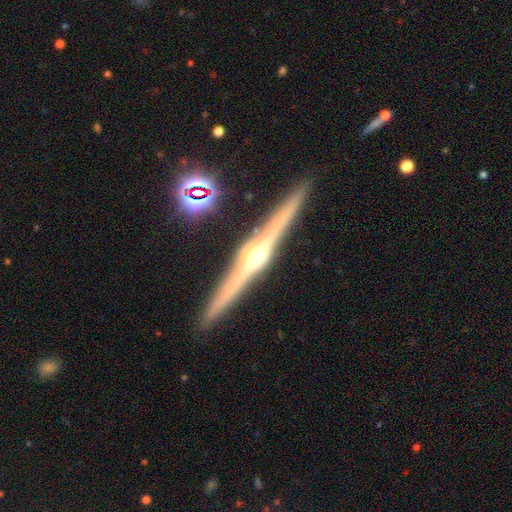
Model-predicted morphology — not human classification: Q: Smooth or featured?
A: featured or disk (84%); runner-up: smooth (9%)
Q: Edge-on disk?
A: yes (98%); runner-up: no (2%)
Q: Edge-on bulge?
A: rounded (92%); runner-up: boxy (5%)
Q: Merging?
A: none (91%); runner-up: minor disturbance (6%)